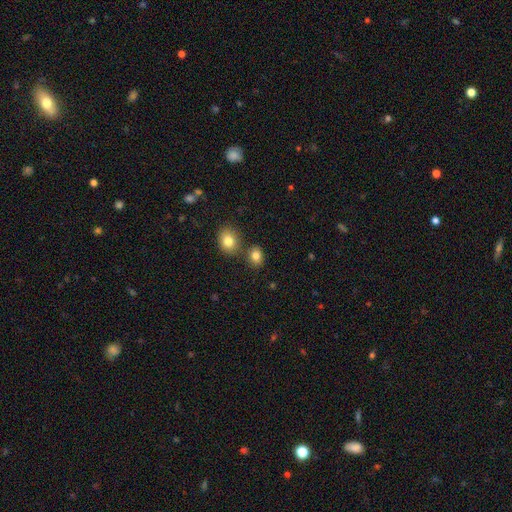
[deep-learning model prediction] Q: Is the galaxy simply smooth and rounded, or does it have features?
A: smooth — 82%.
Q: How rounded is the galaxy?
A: in between — 50%.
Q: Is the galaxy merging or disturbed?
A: none — 71%.